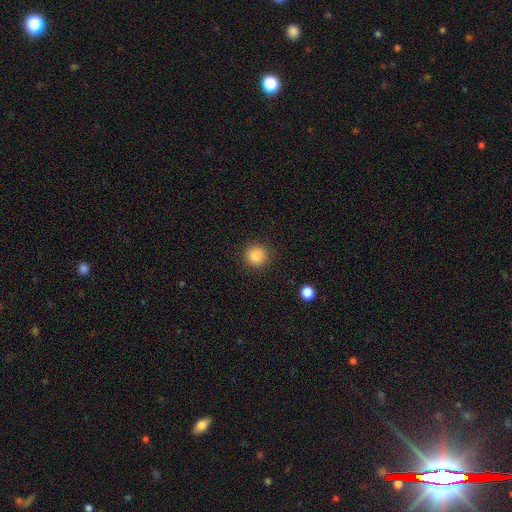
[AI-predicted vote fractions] Smooth or featured?
  - smooth: 87% *
  - star or artifact: 10%
  - featured or disk: 3%
How rounded?
  - round: 94% *
  - in between: 5%
  - cigar-shaped: 1%
Merging?
  - none: 91% *
  - minor disturbance: 6%
  - major disturbance: 2%
  - merger: 1%